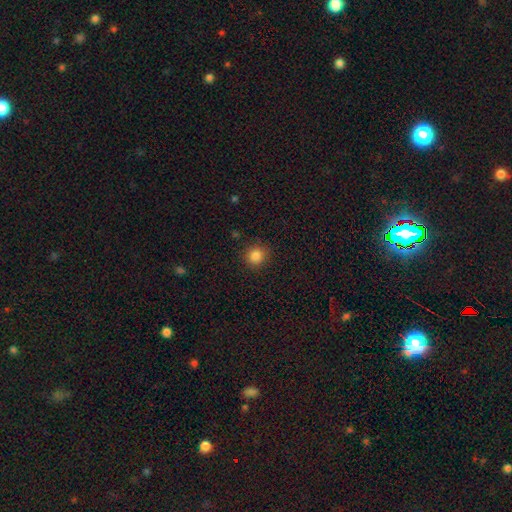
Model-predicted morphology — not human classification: The model was most divided on "smooth or featured": smooth: 84%, star or artifact: 12%, featured or disk: 4%. More confident: how rounded — round (89%); merging — none (89%).